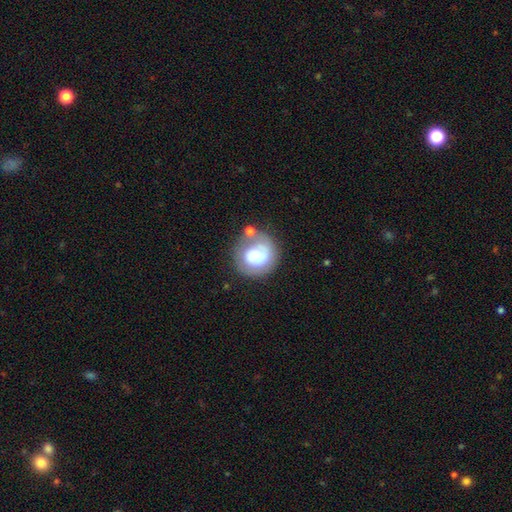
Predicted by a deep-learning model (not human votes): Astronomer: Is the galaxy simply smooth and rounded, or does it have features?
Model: smooth — 57% (runner-up: featured or disk, 35%).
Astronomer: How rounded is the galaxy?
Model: round — 83%.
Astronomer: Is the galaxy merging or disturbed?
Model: none — 57%.